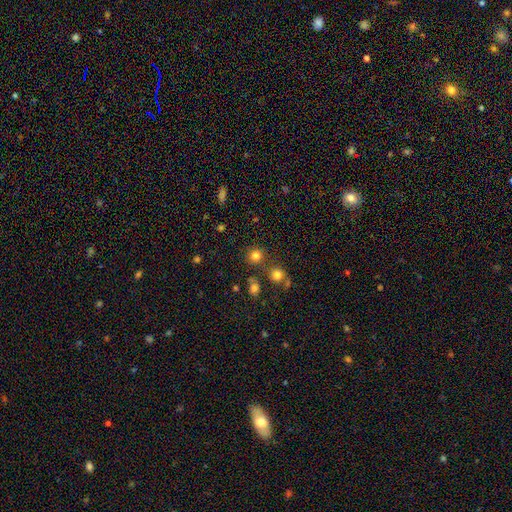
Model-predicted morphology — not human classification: Smooth or featured? smooth (79%)
How rounded? round (91%)
Merging? none (78%)